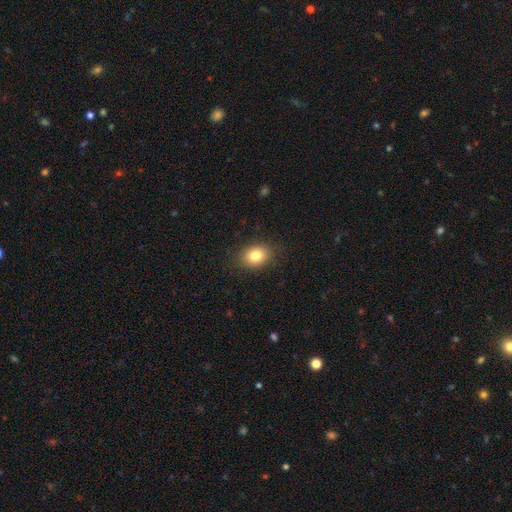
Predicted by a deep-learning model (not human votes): smooth 81%, star or artifact 10%, featured or disk 9%. Down the decision tree: how rounded — in between (60%); merging — none (87%).